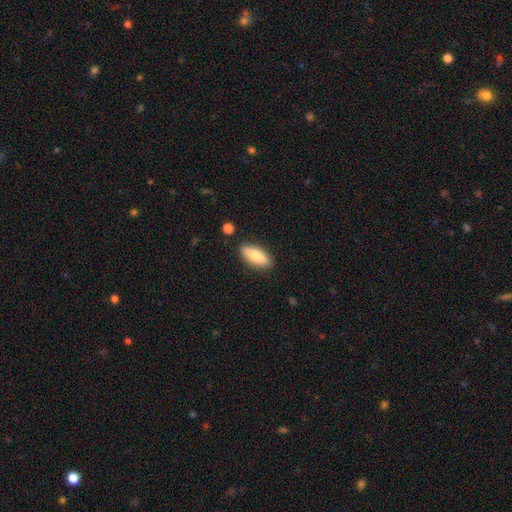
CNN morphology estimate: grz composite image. It shows a smooth galaxy with no disk features (75%) that is in between round and cigar-shaped (72%). Merging: none (86%).